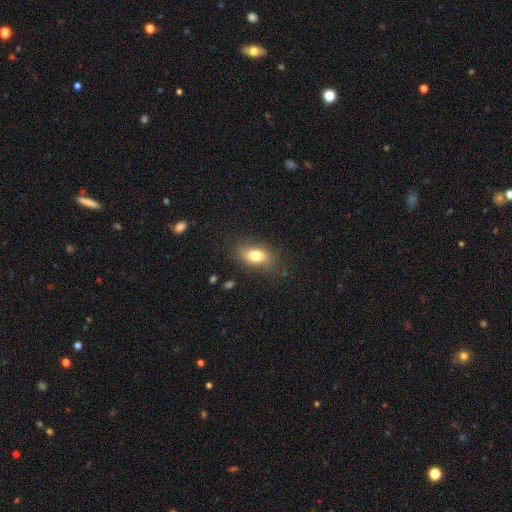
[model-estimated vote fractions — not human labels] This is likely a smooth galaxy (78%). How rounded: clearly in between (84%). Merging: likely none (78%).